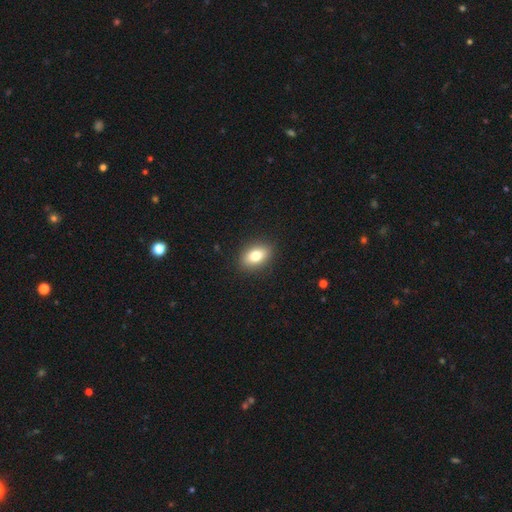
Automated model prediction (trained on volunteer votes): Smooth or featured? Predicted: smooth (p=0.79). How rounded? Predicted: in between (p=0.82). Merging? Predicted: none (p=0.89).